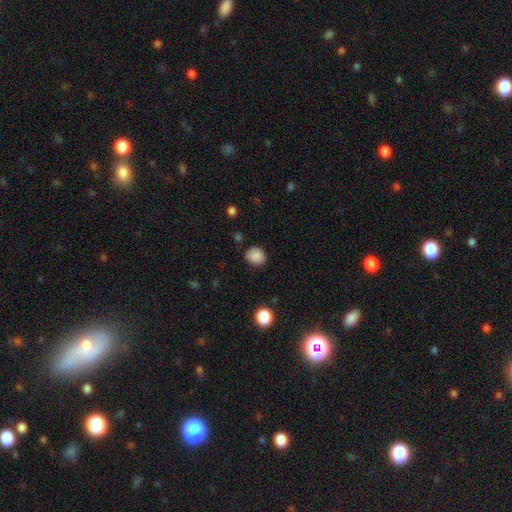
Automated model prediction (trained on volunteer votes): This appears to be a smooth galaxy with no disk features (87%) that is round (69%). Merging: none (81%).